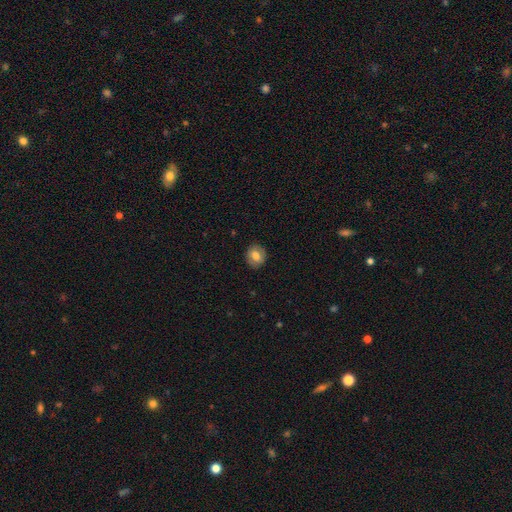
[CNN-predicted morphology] smooth_or_featured: smooth (p=0.72) [alt: featured or disk p=0.20]
how_rounded: round (p=0.74) [alt: in between p=0.25]
merging: none (p=0.88) [alt: minor disturbance p=0.09]